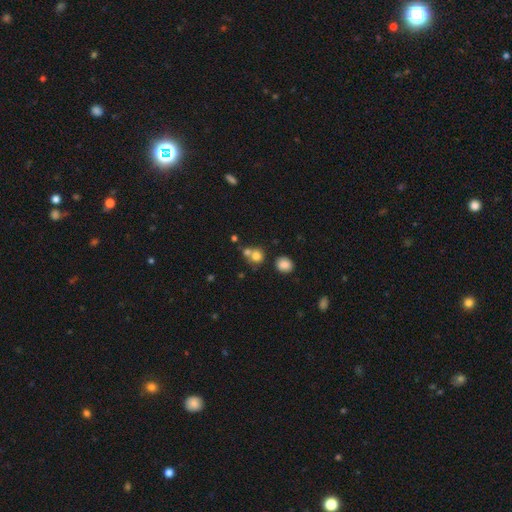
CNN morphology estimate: Smooth or featured? Predicted: smooth (p=0.75). How rounded? Predicted: round (p=0.84). Merging? Predicted: none (p=0.47).